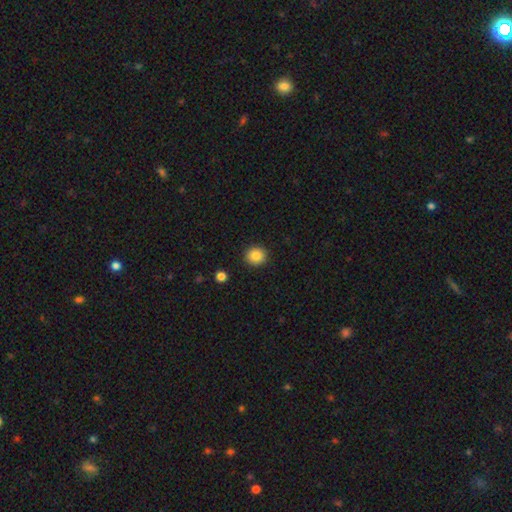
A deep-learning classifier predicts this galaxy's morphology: This is clearly a smooth galaxy (87%). How rounded: clearly round (88%). Merging: clearly none (91%).